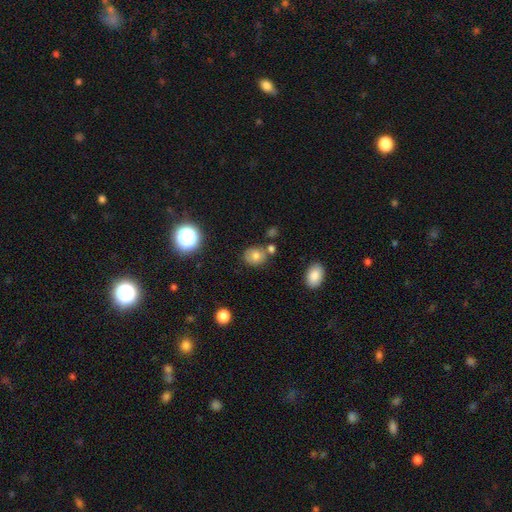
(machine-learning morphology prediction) This is likely a smooth galaxy (73%). How rounded: likely round (69%). Merging: likely none (71%).